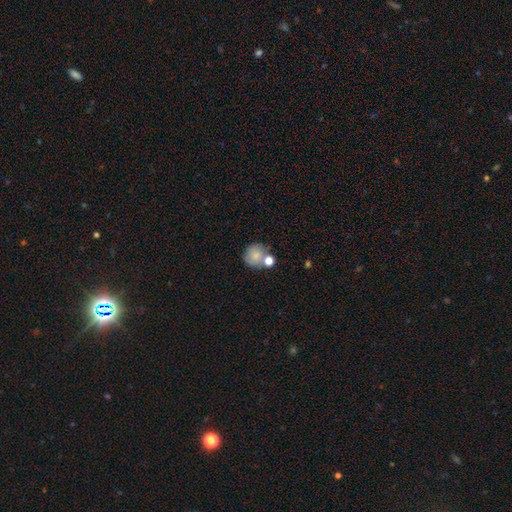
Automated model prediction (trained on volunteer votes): Overall: smooth (74%). How rounded: round (86%). Merging: none (50%; merger 29%).